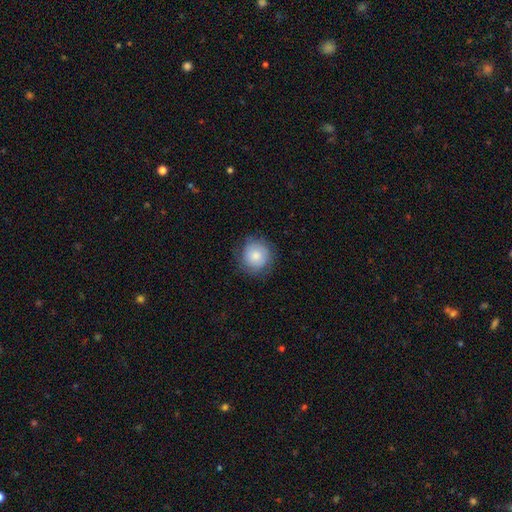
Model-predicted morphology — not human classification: type=smooth (78%); roundness=round (90%); merging=none (78%).